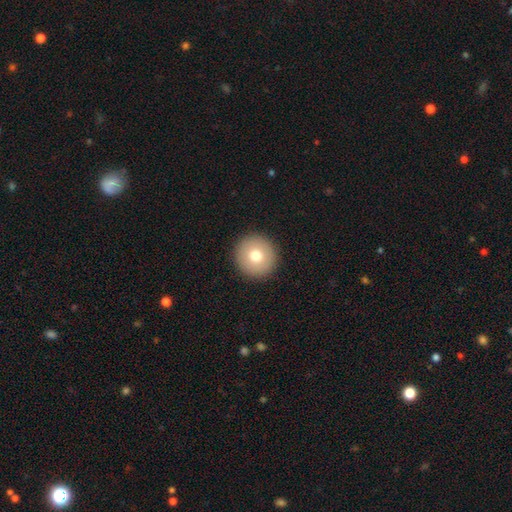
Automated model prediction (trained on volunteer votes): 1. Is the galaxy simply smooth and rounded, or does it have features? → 73% smooth, 17% featured or disk, 10% star or artifact.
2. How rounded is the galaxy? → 96% round, 3% in between, 1% cigar-shaped.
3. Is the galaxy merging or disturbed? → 93% none, 5% minor disturbance, 2% major disturbance, 1% merger.